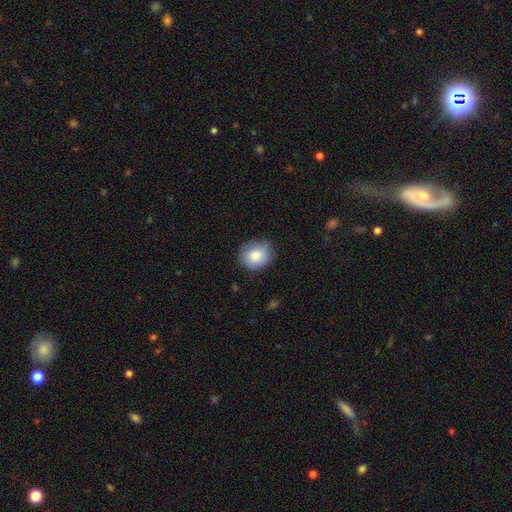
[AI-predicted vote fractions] smooth-or-featured: smooth: 83% | featured or disk: 9% | star or artifact: 8%
  how-rounded: round: 75% | in between: 24% | cigar-shaped: 1%
  merging: none: 79% | minor disturbance: 17% | major disturbance: 3% | merger: 1%